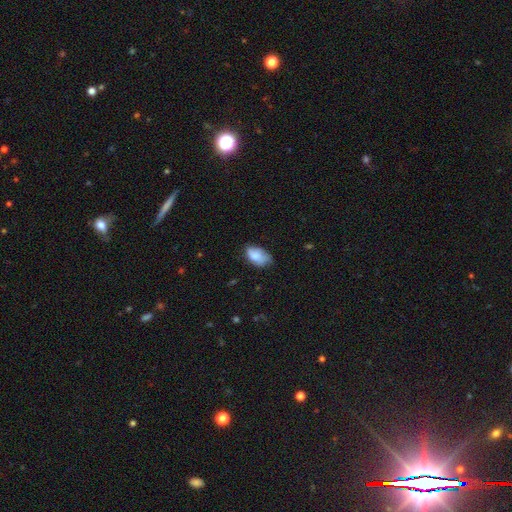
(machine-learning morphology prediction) smooth 79%, featured or disk 14%, star or artifact 8%. Down the decision tree: how rounded — in between (91%); merging — none (52%).